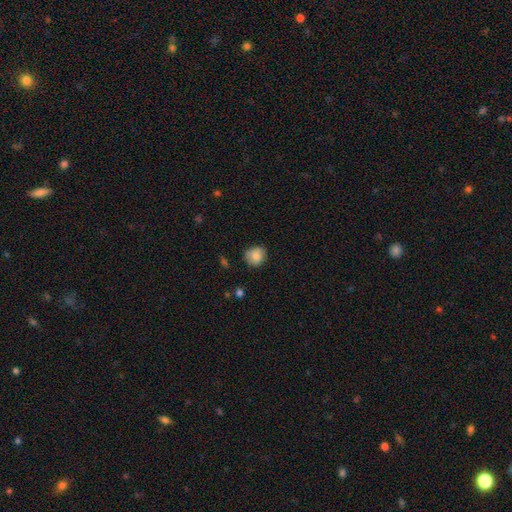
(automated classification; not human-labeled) Smooth or featured? Predicted: smooth (p=0.81). How rounded? Predicted: round (p=0.76). Merging? Predicted: none (p=0.73).